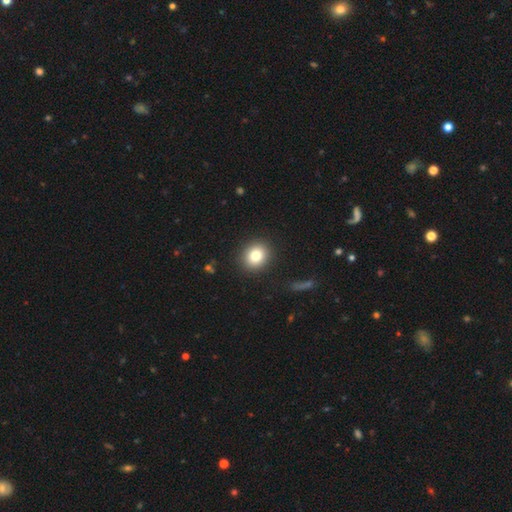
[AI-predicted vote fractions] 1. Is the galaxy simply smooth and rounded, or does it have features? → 81% smooth, 10% star or artifact, 9% featured or disk.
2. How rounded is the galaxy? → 76% round, 23% in between, 1% cigar-shaped.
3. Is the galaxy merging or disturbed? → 90% none, 6% minor disturbance, 3% major disturbance, 1% merger.